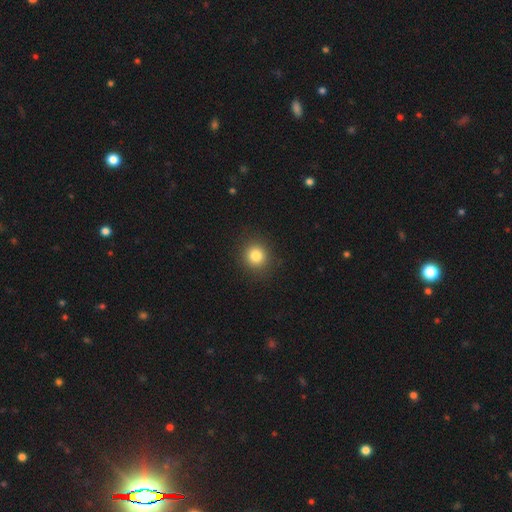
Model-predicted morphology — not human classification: This is clearly a smooth galaxy (82%). How rounded: clearly round (88%). Merging: clearly none (90%).